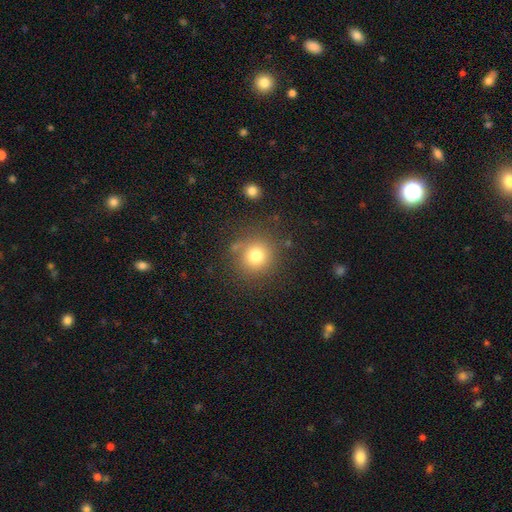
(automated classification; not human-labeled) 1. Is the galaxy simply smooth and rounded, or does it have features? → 77% smooth, 14% star or artifact, 10% featured or disk.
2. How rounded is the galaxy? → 91% round, 8% in between, 1% cigar-shaped.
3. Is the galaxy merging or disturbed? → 79% none, 11% minor disturbance, 5% major disturbance, 4% merger.